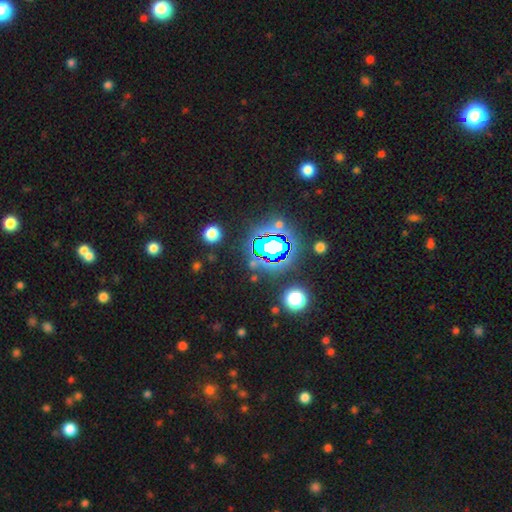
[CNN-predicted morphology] star or artifact 79%, smooth 14%, featured or disk 7%.